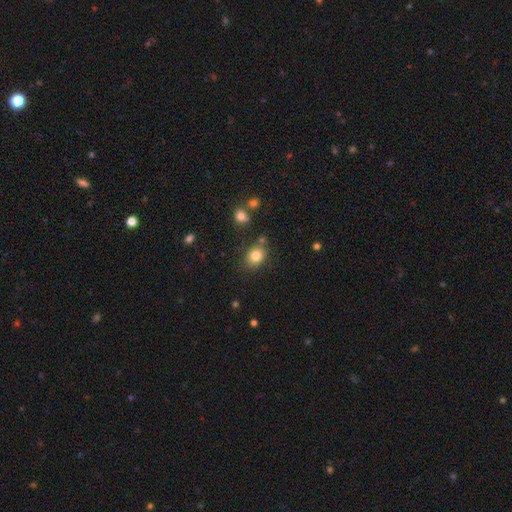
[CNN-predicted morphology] Smooth or featured?
  - smooth: 82% *
  - star or artifact: 11%
  - featured or disk: 8%
How rounded?
  - in between: 51% *
  - round: 48%
  - cigar-shaped: 1%
Merging?
  - none: 75% *
  - minor disturbance: 13%
  - merger: 7%
  - major disturbance: 4%